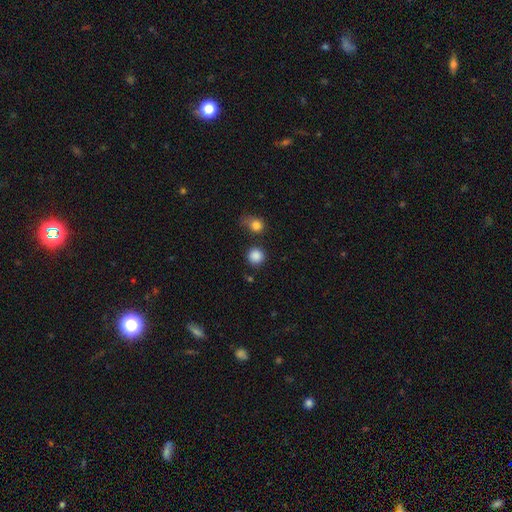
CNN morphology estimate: The model was most divided on "merging": none: 81%, minor disturbance: 8%, merger: 7%, major disturbance: 4%. More confident: how rounded — round (94%); smooth or featured — smooth (86%).